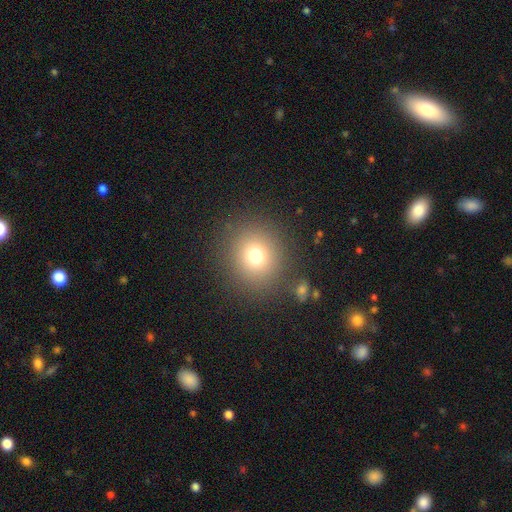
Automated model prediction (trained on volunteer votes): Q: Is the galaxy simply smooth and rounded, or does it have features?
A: smooth — 74%.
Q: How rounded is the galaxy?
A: round — 89%.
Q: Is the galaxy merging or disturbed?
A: none — 85%.